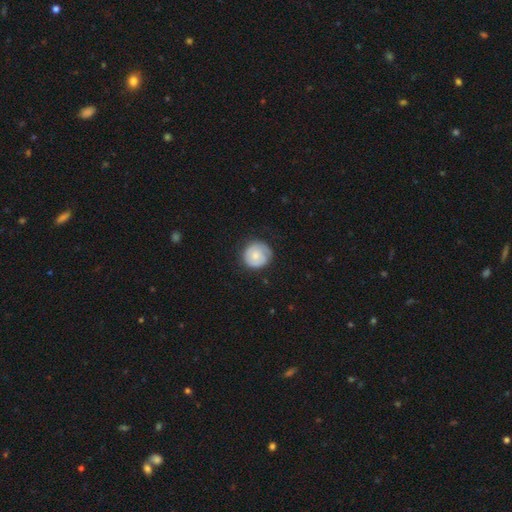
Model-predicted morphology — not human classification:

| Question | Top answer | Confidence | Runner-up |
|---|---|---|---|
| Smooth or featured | smooth | 61% | featured or disk (33%) |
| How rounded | round | 90% | in between (9%) |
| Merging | none | 75% | minor disturbance (18%) |